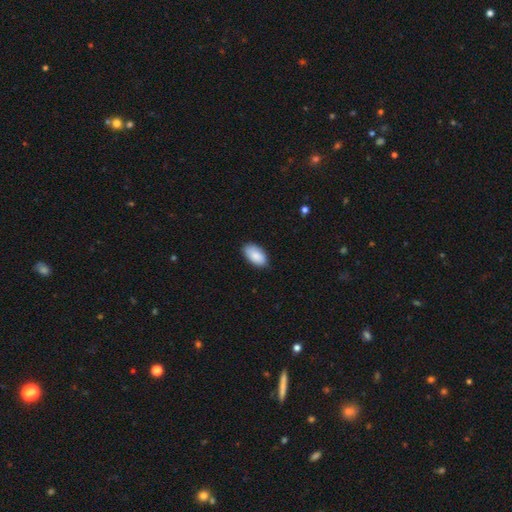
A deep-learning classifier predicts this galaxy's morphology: Overall: smooth (88%). How rounded: in between (95%). Merging: none (81%).